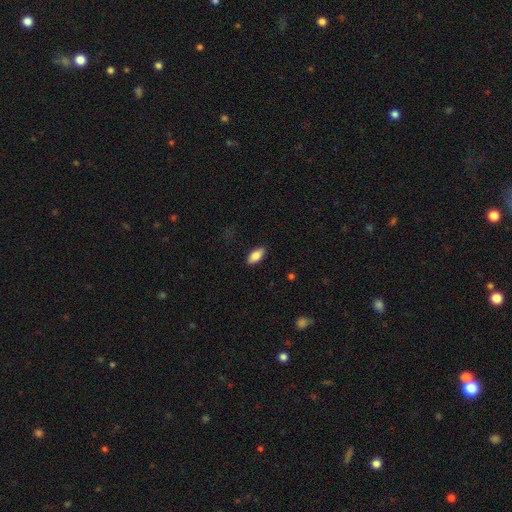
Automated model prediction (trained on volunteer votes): Smooth or featured?
  - smooth: 84% *
  - featured or disk: 10%
  - star or artifact: 6%
How rounded?
  - in between: 88% *
  - cigar-shaped: 9%
  - round: 2%
Merging?
  - none: 88% *
  - minor disturbance: 9%
  - major disturbance: 2%
  - merger: 1%